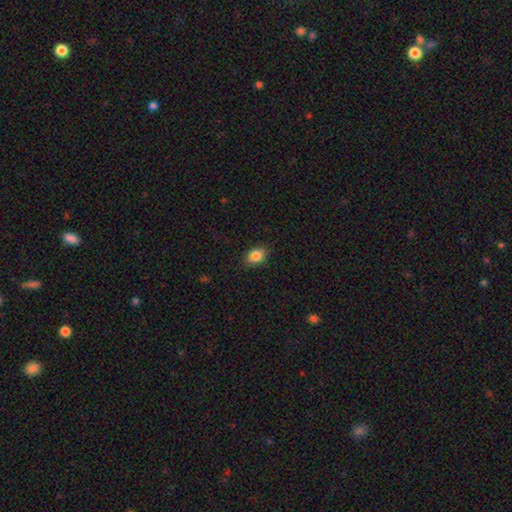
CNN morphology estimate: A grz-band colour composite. It shows a smooth galaxy with no disk features (86%) that is in between round and cigar-shaped (81%). Merging: none (86%).